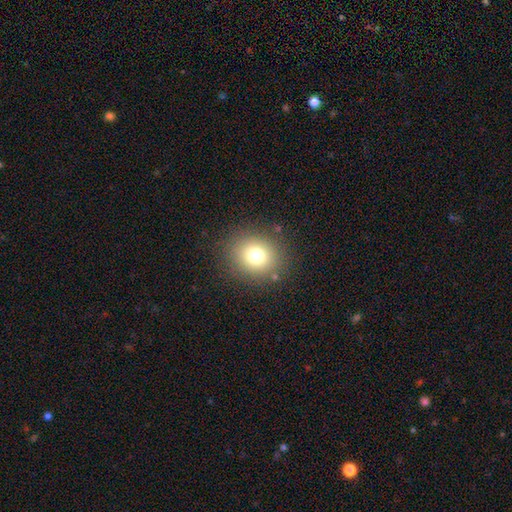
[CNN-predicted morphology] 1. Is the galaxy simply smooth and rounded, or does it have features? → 76% smooth, 14% star or artifact, 10% featured or disk.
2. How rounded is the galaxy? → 75% round, 24% in between, 1% cigar-shaped.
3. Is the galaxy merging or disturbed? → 86% none, 8% minor disturbance, 4% major disturbance, 2% merger.